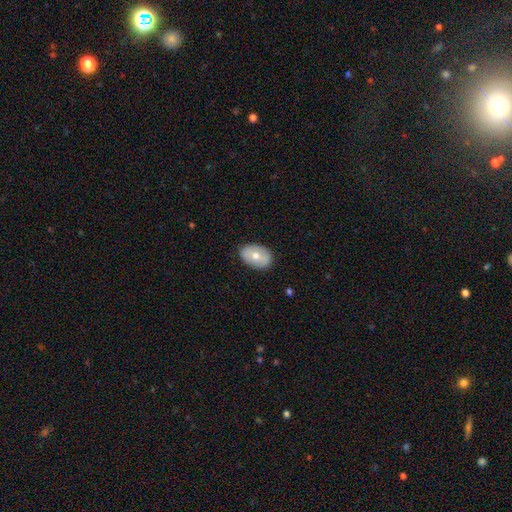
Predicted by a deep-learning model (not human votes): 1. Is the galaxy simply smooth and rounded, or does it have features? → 60% smooth, 33% featured or disk, 7% star or artifact.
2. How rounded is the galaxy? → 83% in between, 16% round, 1% cigar-shaped.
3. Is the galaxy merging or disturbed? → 85% none, 11% minor disturbance, 2% major disturbance, 1% merger.